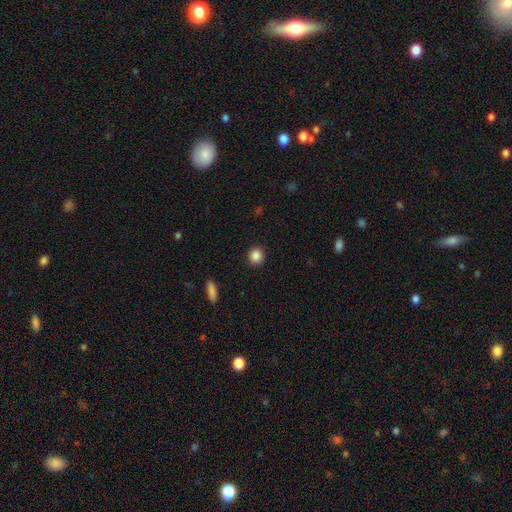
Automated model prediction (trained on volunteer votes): The model was most divided on "smooth or featured": smooth: 87%, star or artifact: 10%, featured or disk: 3%. More confident: merging — none (92%); how rounded — round (90%).